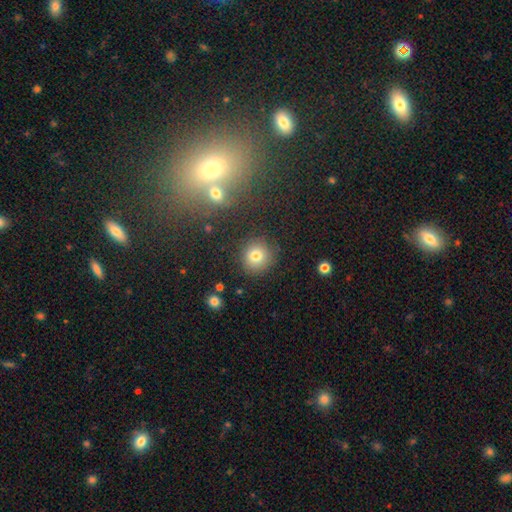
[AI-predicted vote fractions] Morphology: type=smooth (77%); roundness=round (90%); merging=none (86%).